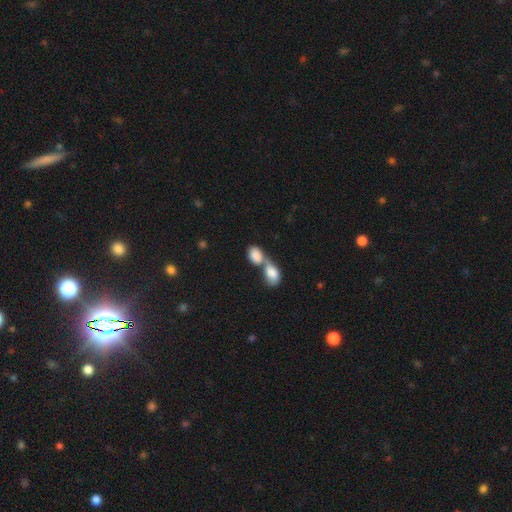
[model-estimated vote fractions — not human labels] A smooth galaxy with no disk features (84%) that is in between round and cigar-shaped (82%). Merging: merger (77%).